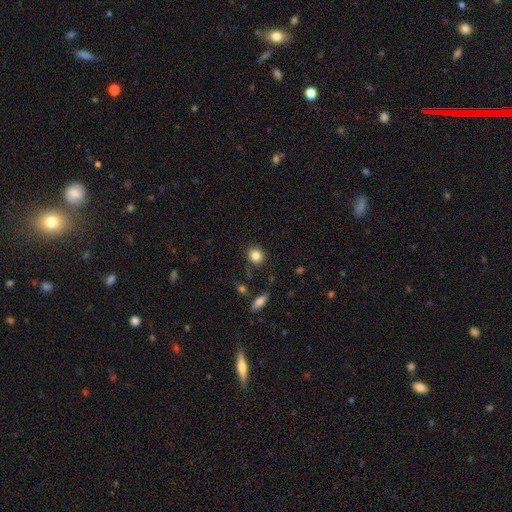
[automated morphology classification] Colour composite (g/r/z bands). It shows a smooth galaxy with no disk features (84%) that is round (75%). Merging: none (86%).